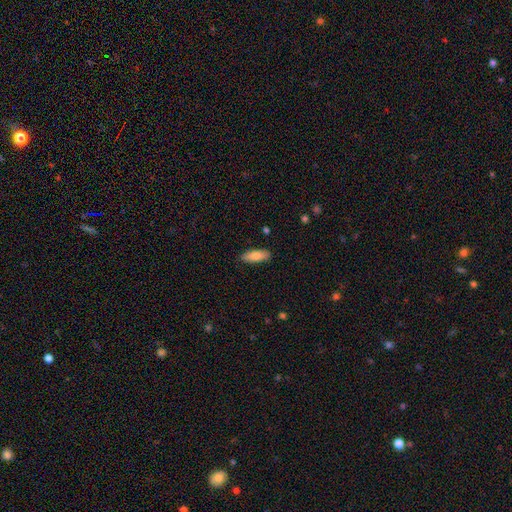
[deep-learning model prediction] Overall: smooth (82%). How rounded: in between (69%; cigar-shaped 30%). Merging: none (88%).